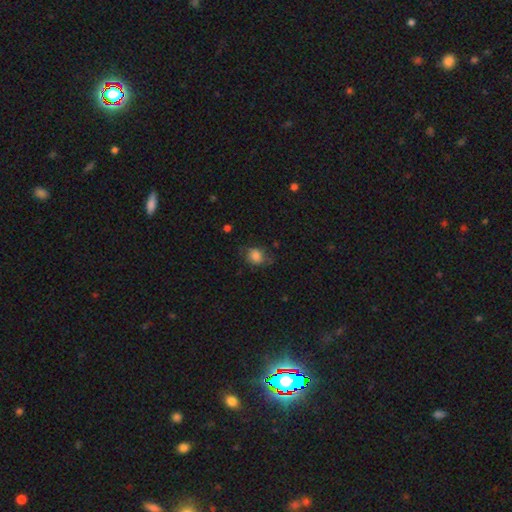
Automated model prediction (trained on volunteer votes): This is clearly a smooth galaxy (80%). How rounded: possibly round (59%). Merging: likely none (61%).